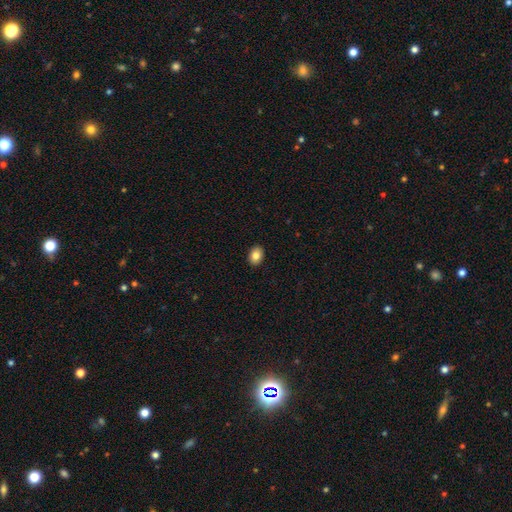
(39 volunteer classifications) smooth_or_featured: smooth (p=0.92) [alt: star or artifact p=0.05]
how_rounded: in between (p=0.61) [alt: round p=0.39]
merging: none (p=0.92) [alt: minor disturbance p=0.08]